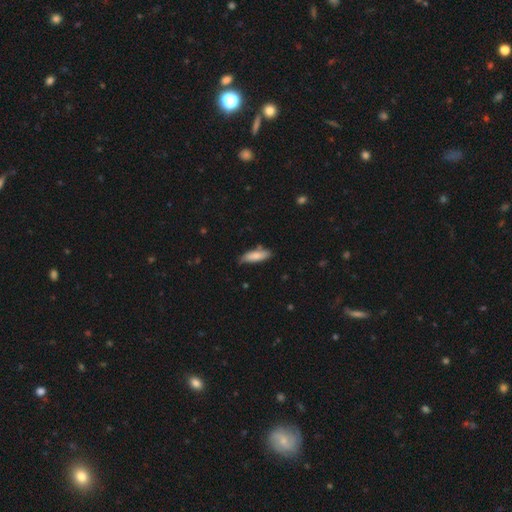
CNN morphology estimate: Smooth or featured? smooth (79%)
How rounded? cigar-shaped (49%, tied with in between)
Merging? none (70%)